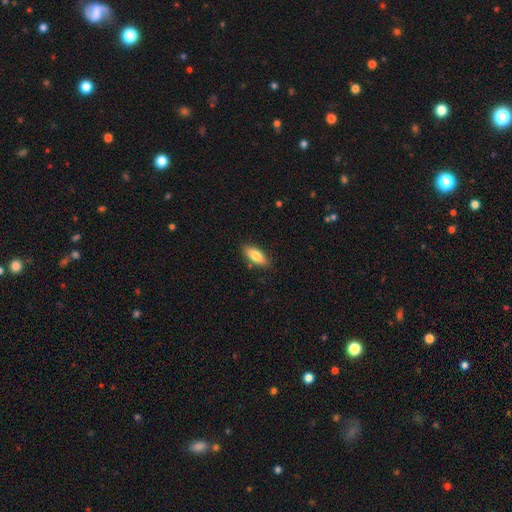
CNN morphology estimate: Smooth or featured? Predicted: smooth (p=0.77). How rounded? Predicted: in between (p=0.75). Merging? Predicted: none (p=0.84).